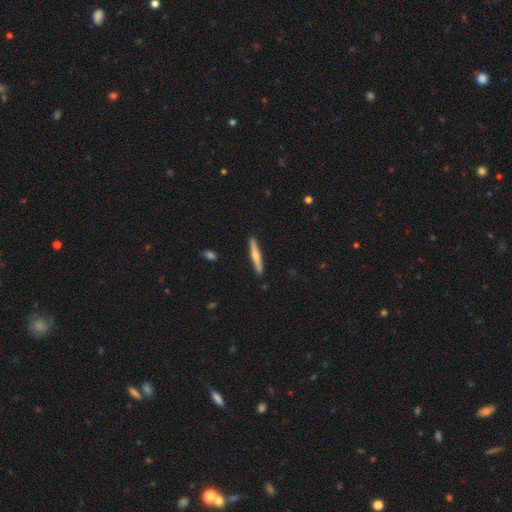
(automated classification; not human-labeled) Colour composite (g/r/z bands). It shows a smooth galaxy with no disk features (50%). Merging: none (90%).